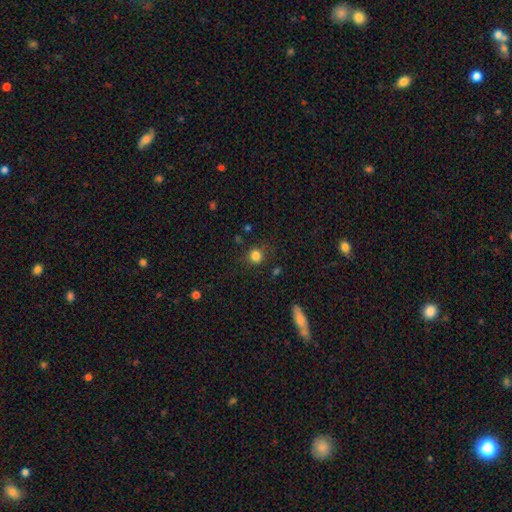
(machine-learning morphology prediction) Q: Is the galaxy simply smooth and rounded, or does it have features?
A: smooth — 82%.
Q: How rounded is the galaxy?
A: round — 90%.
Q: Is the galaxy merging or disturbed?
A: none — 82%.